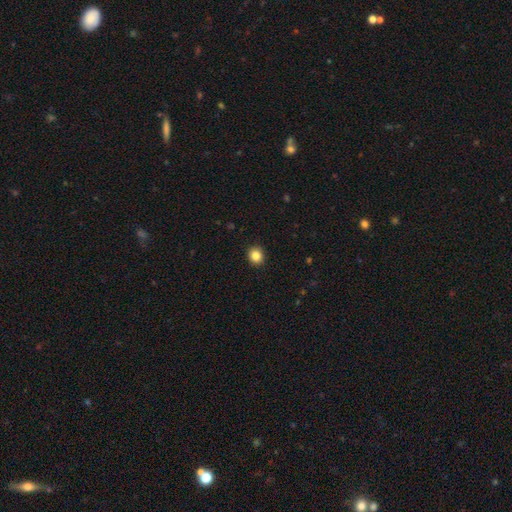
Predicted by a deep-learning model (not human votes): A smooth galaxy with no disk features (85%) that is round (84%). Merging: none (93%).